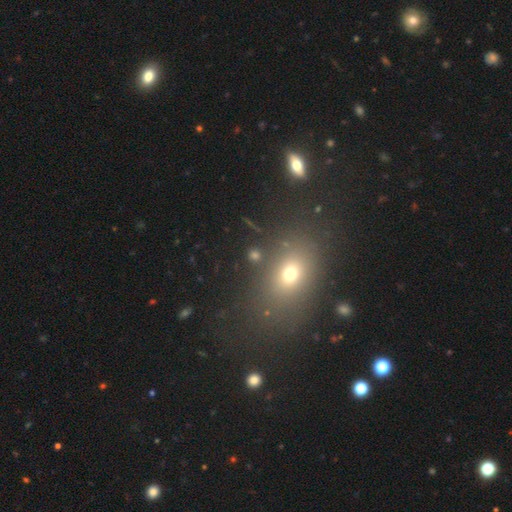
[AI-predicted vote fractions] Smooth or featured: smooth — 60% (star or artifact — 27%)
How rounded: in between — 60% (round — 37%)
Merging: none — 79% (minor disturbance — 11%)